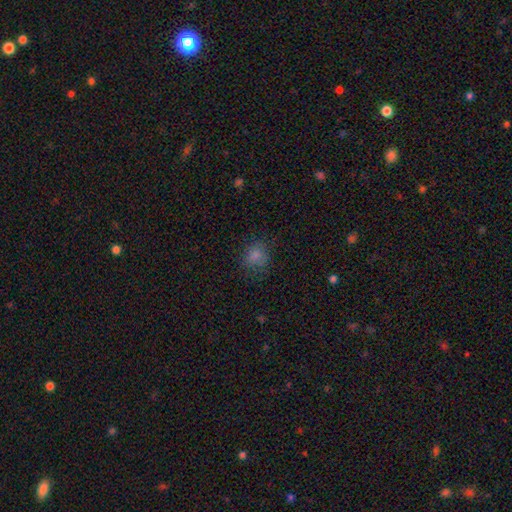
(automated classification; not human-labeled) Overall: smooth (78%). How rounded: round (68%; in between 31%). Merging: none (74%).